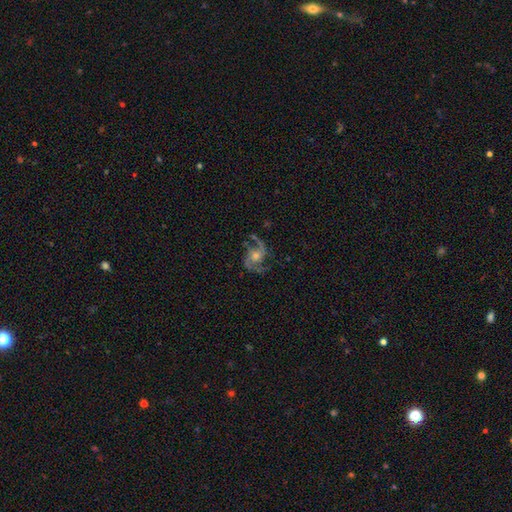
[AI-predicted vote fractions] smooth_or_featured: featured or disk (p=0.88) [alt: star or artifact p=0.07]
disk_edge_on: no (p=0.97) [alt: yes p=0.03]
bar: no (p=0.63) [alt: weak p=0.29]
has_spiral_arms: yes (p=0.97) [alt: no p=0.03]
spiral_winding: medium (p=0.56) [alt: loose p=0.31]
spiral_arm_count: 2 (p=0.82) [alt: 3 p=0.08]
bulge_size: moderate (p=0.60) [alt: small p=0.24]
merging: none (p=0.72) [alt: minor disturbance p=0.15]